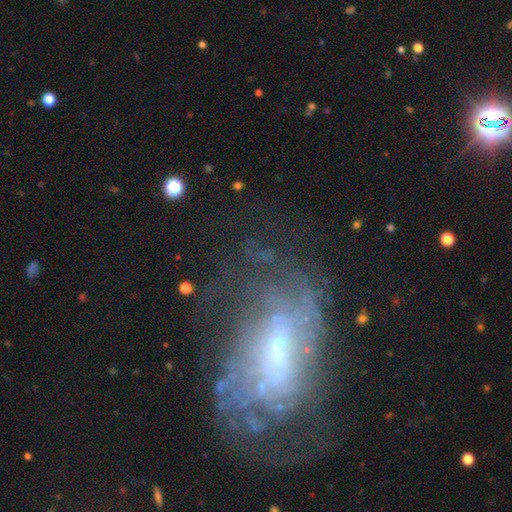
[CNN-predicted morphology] type=featured or disk (74%); edge-on=no (92%); bar=weak (46%); spiral arms=yes (74%); winding=tight (44%); arm count=can't tell (57%); bulge=small (54%); merging=none (55%).